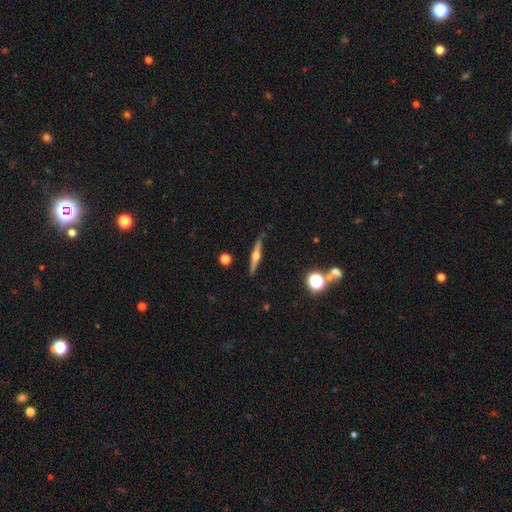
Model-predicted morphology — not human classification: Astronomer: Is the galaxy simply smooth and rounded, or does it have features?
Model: featured or disk — 71%.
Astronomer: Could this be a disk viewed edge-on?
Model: yes — 97%.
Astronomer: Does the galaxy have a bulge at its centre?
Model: rounded — 93%.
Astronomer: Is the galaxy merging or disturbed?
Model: none — 88%.